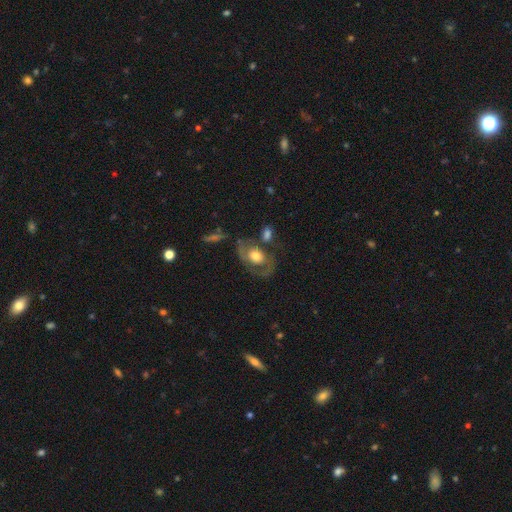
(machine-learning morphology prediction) This is possibly a featured or disk galaxy (58%). It is clearly not viewed edge-on (94%). Bar: likely no (78%). Spiral arm pattern: possibly yes (59%). Central bulge: possibly moderate (56%). Merging: possibly none (51%).